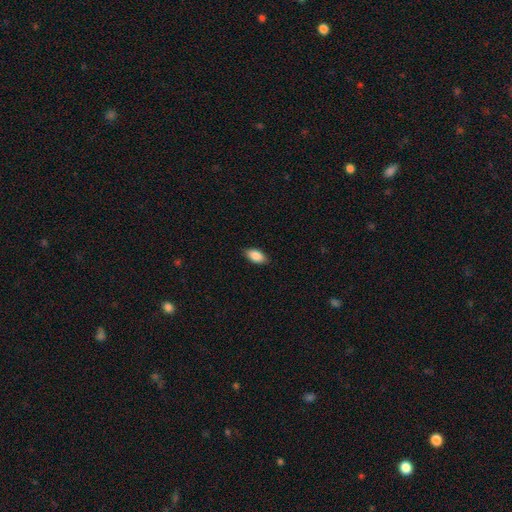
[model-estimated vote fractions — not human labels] This appears to be a smooth galaxy with no disk features (88%) that is in between round and cigar-shaped (92%). Merging: none (87%).